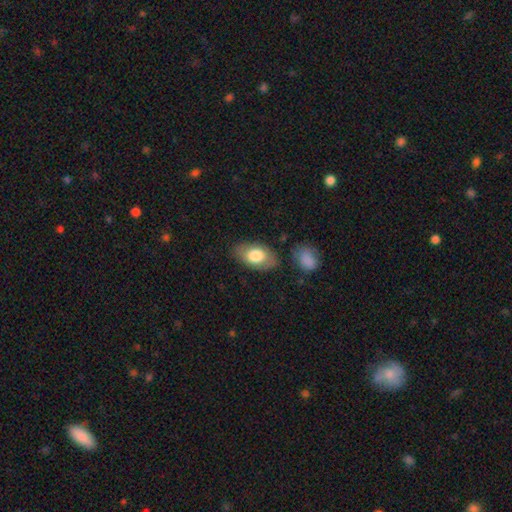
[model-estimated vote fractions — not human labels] This is likely a smooth galaxy (75%). How rounded: clearly in between (91%). Merging: likely none (76%).